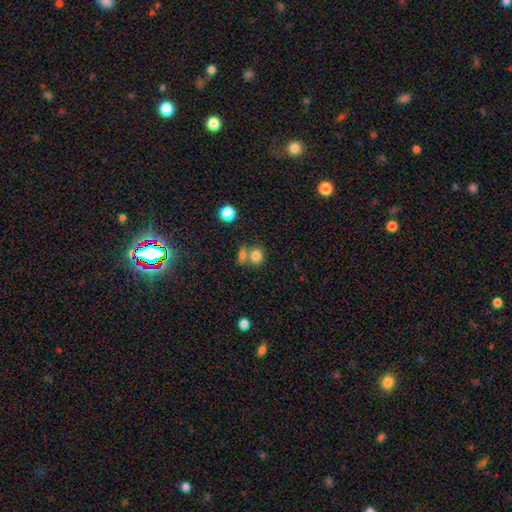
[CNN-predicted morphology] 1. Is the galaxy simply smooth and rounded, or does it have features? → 81% smooth, 11% star or artifact, 7% featured or disk.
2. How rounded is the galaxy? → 72% round, 27% in between, 1% cigar-shaped.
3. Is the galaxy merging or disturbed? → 50% none, 37% merger, 9% minor disturbance, 4% major disturbance.